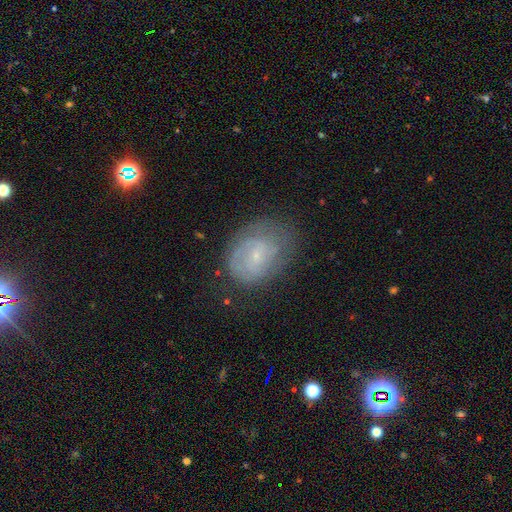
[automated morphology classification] A featured or disk galaxy (58%) with no bar (57%), spiral arms (71%) and a small central bulge (78%).

Vote fractions:
- Smooth or featured? featured or disk: 58% / smooth: 33% / star or artifact: 10%
- Edge-on disk? no: 96% / yes: 4%
- Bar? no: 57% / weak: 37% / strong: 6%
- Spiral arms? yes: 71% / no: 29%
- Bulge size? small: 78% / moderate: 15% / none: 6% / large: 1% / dominant: 1%
- Merging? none: 62% / minor disturbance: 24% / major disturbance: 12% / merger: 2%